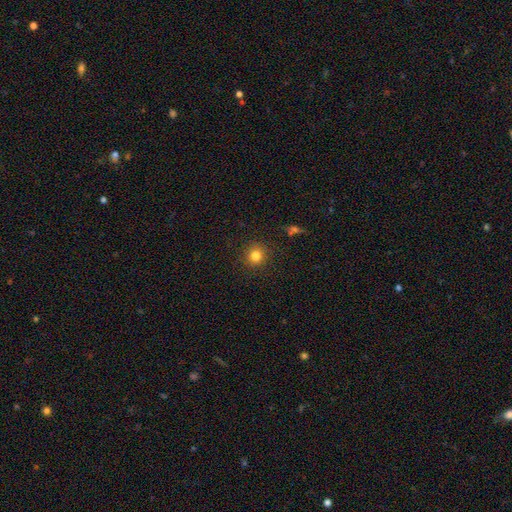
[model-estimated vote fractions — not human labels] smooth-or-featured: smooth: 82% | star or artifact: 13% | featured or disk: 6%
  how-rounded: round: 92% | in between: 7% | cigar-shaped: 1%
  merging: none: 90% | minor disturbance: 6% | major disturbance: 2% | merger: 1%